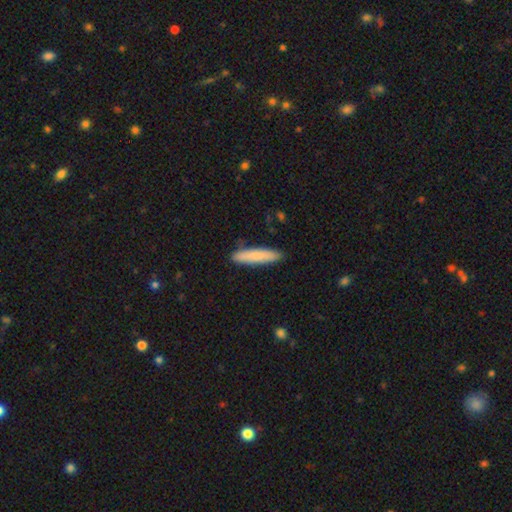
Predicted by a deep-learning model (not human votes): Smooth or featured? Predicted: smooth (p=0.81). How rounded? Predicted: cigar-shaped (p=0.87). Merging? Predicted: none (p=0.88).